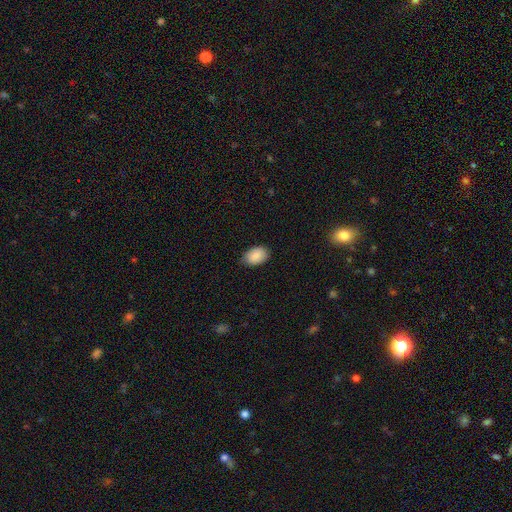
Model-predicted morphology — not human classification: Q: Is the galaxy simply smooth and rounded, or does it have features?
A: smooth — 89%.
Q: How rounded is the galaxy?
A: in between — 89%.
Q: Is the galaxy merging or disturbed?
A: none — 76%.